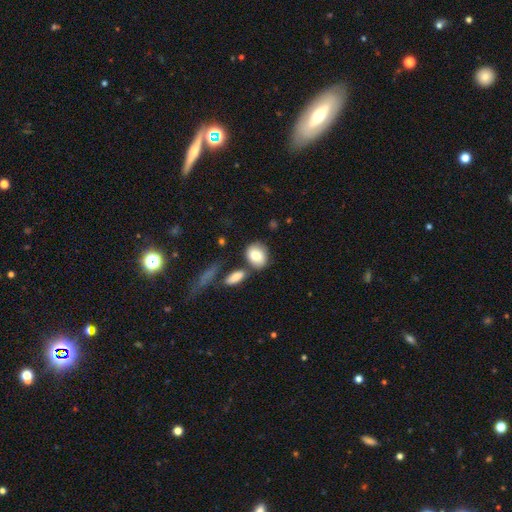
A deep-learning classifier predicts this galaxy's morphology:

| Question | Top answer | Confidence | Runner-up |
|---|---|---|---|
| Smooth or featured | smooth | 80% | featured or disk (13%) |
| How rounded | in between | 51% | round (47%) |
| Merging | none | 62% | merger (19%) |